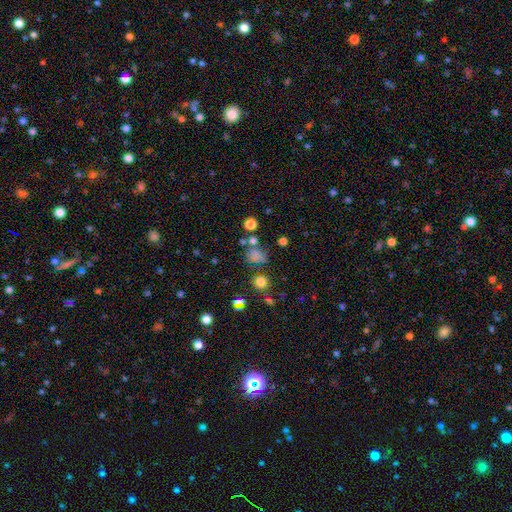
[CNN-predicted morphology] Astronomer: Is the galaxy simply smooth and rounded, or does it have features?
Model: smooth — 69%.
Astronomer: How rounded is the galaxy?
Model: round — 66%.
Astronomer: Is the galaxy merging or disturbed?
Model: none — 61%.